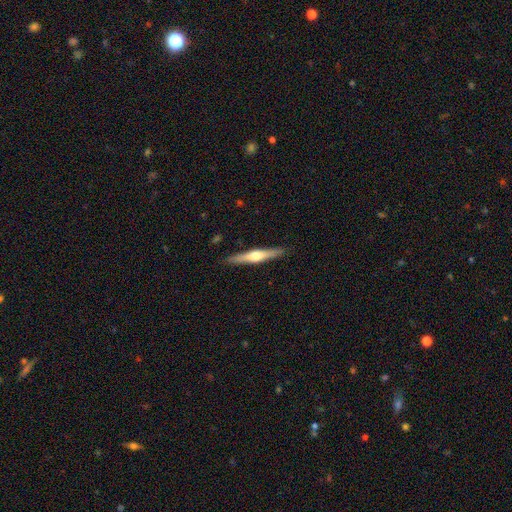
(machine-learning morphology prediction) This is likely a featured or disk galaxy (63%). It is clearly viewed edge-on (97%). Edge-on bulge: clearly rounded (91%). Merging: clearly none (90%).